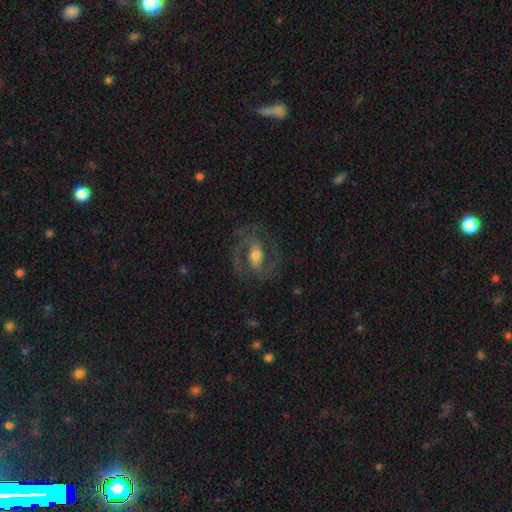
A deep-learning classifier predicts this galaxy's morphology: Q: Smooth or featured?
A: featured or disk (80%); runner-up: smooth (13%)
Q: Edge-on disk?
A: no (95%); runner-up: yes (5%)
Q: Bar?
A: strong (42%); runner-up: weak (36%)
Q: Spiral arms?
A: yes (90%); runner-up: no (10%)
Q: Spiral winding?
A: medium (56%); runner-up: tight (27%)
Q: Spiral arm count?
A: 2 (89%); runner-up: can't tell (5%)
Q: Bulge size?
A: moderate (56%); runner-up: small (31%)
Q: Merging?
A: none (76%); runner-up: minor disturbance (13%)